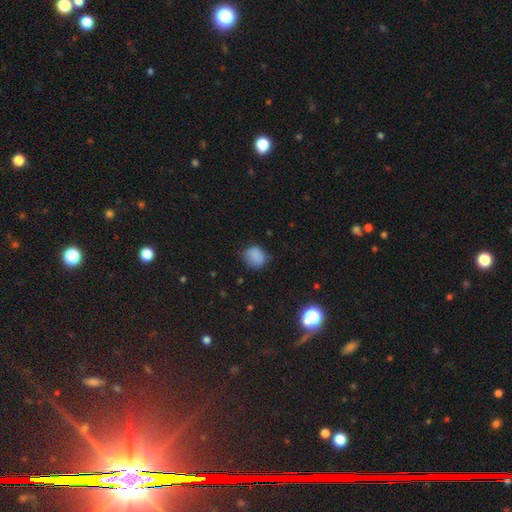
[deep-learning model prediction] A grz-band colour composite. It shows a smooth galaxy with no disk features (82%) that is round (66%). Merging: none (65%).